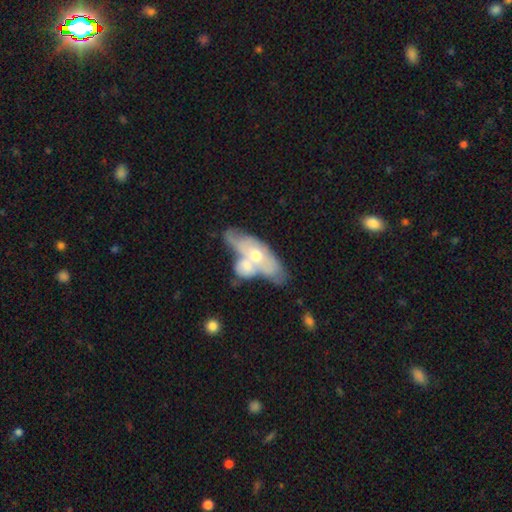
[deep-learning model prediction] Overall: featured or disk (52%; smooth 42%). Edge-on disk: no (80%). Merging: merger (64%).